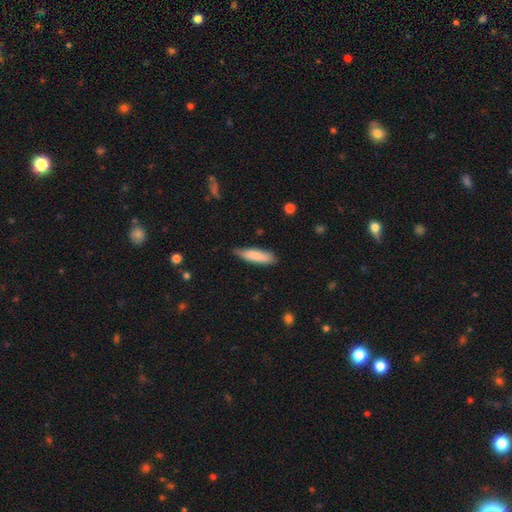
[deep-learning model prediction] Smooth or featured: smooth — 83% (featured or disk — 11%)
How rounded: cigar-shaped — 60% (in between — 39%)
Merging: none — 70% (minor disturbance — 25%)